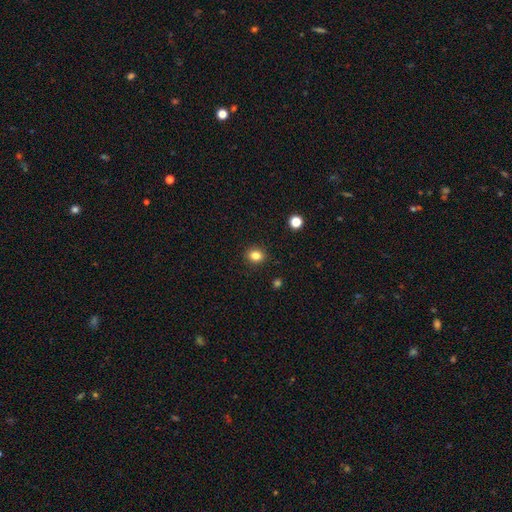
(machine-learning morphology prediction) This appears to be a smooth galaxy with no disk features (83%) that is round (61%). Merging: none (90%).